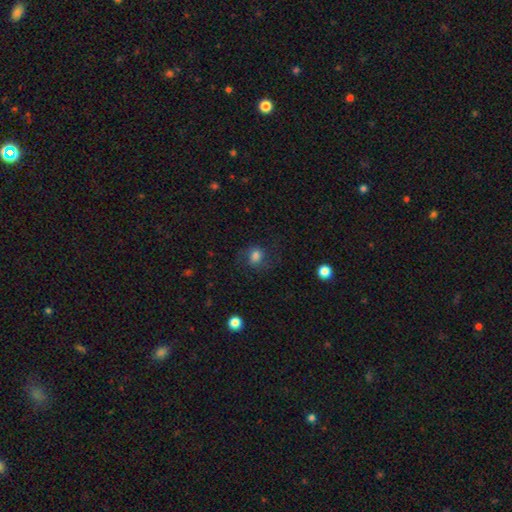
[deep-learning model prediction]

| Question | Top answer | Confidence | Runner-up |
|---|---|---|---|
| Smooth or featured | smooth | 67% | featured or disk (20%) |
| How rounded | round | 67% | in between (32%) |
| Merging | none | 65% | minor disturbance (19%) |